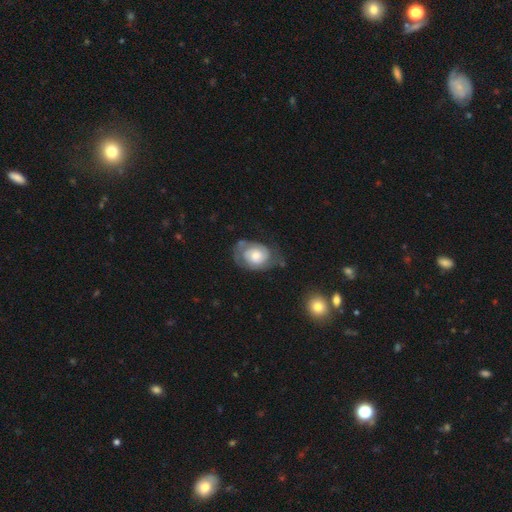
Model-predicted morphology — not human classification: type=featured or disk (68%); edge-on=no (97%); bar=no (79%); spiral arms=yes (85%); winding=tight (59%); arm count=2 (60%); bulge=moderate (50%); merging=none (56%).